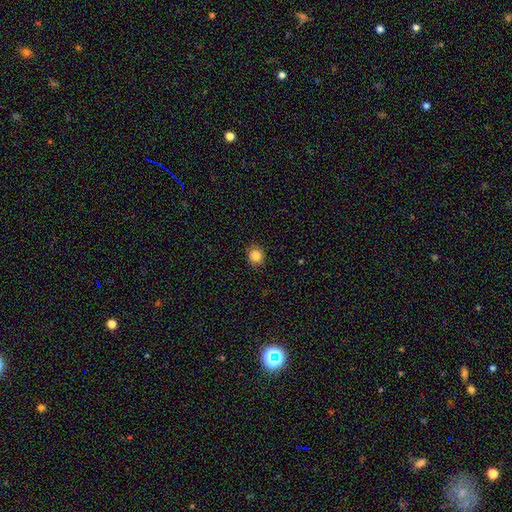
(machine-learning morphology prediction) smooth_or_featured: smooth (p=0.85) [alt: star or artifact p=0.11]
how_rounded: round (p=0.84) [alt: in between p=0.15]
merging: none (p=0.90) [alt: minor disturbance p=0.07]